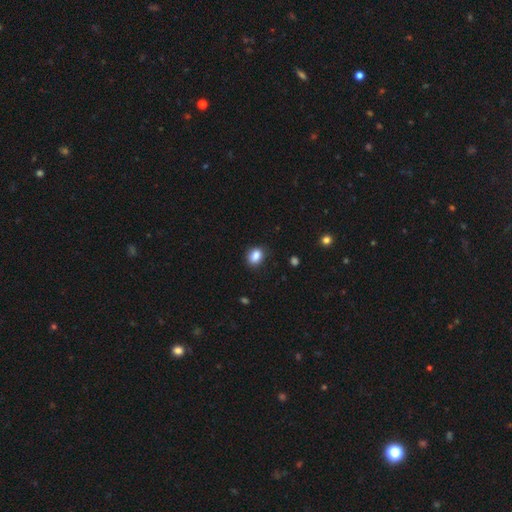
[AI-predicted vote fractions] smooth 86%, star or artifact 9%, featured or disk 5%. Down the decision tree: how rounded — in between (63%); merging — none (82%).